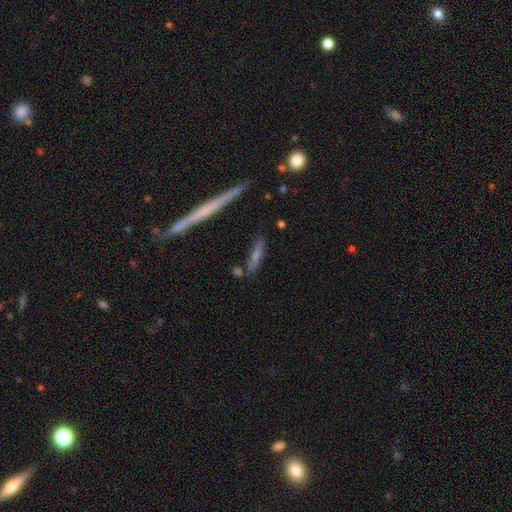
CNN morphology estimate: Smooth or featured?
  - smooth: 46% *
  - featured or disk: 43%
  - star or artifact: 11%
Merging?
  - none: 73% *
  - minor disturbance: 17%
  - merger: 5%
  - major disturbance: 5%